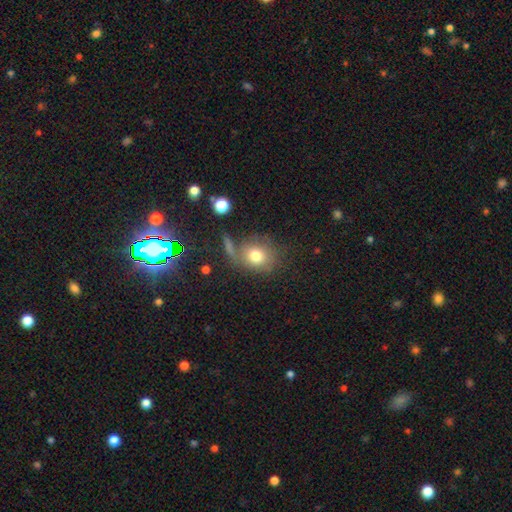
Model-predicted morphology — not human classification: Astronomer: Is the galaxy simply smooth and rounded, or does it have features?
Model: smooth — 76%.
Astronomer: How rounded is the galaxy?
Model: round — 68%.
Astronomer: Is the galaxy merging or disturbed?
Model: none — 58%.